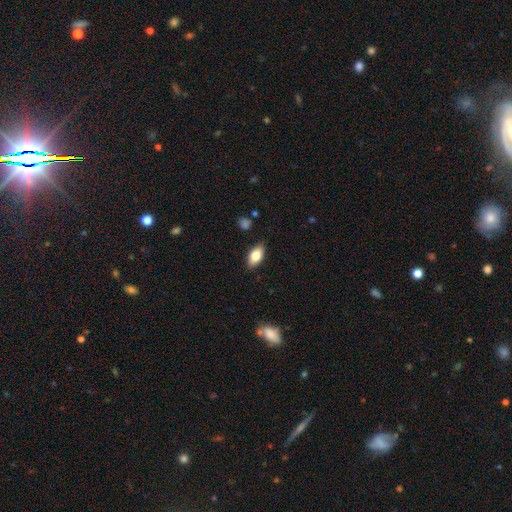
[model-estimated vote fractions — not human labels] A smooth galaxy with no disk features (79%) that is in between round and cigar-shaped (90%).

Vote fractions:
- Smooth or featured? smooth: 79% / featured or disk: 14% / star or artifact: 7%
- How rounded? in between: 90% / cigar-shaped: 5% / round: 5%
- Merging? none: 86% / minor disturbance: 10% / major disturbance: 2% / merger: 1%